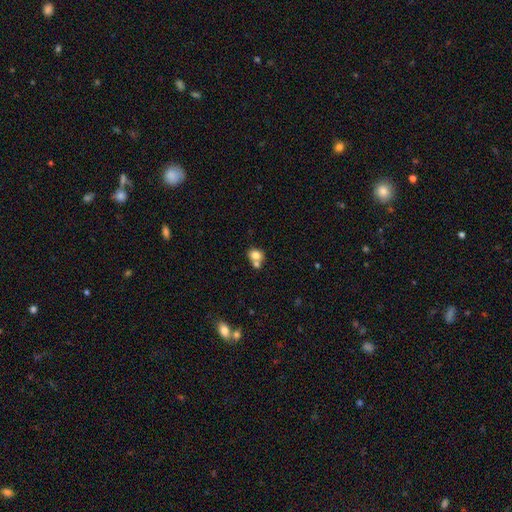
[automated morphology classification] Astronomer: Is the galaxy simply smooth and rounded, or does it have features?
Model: smooth — 77%.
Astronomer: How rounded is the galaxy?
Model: round — 63%.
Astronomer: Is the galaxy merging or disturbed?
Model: merger — 48% (runner-up: none, 39%).